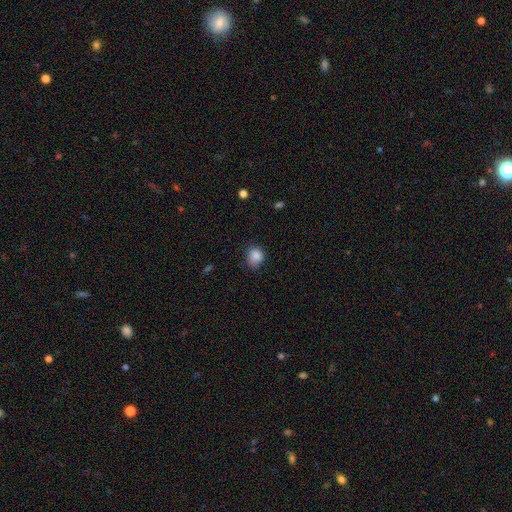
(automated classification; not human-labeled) smooth_or_featured: smooth (p=0.86) [alt: star or artifact p=0.10]
how_rounded: round (p=0.70) [alt: in between p=0.29]
merging: none (p=0.69) [alt: minor disturbance p=0.25]